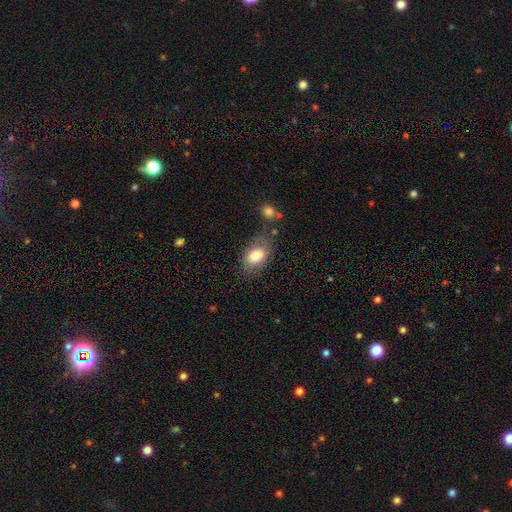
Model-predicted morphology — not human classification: Smooth or featured?
  - smooth: 81% *
  - featured or disk: 12%
  - star or artifact: 7%
How rounded?
  - in between: 88% *
  - round: 11%
  - cigar-shaped: 1%
Merging?
  - none: 65% *
  - minor disturbance: 22%
  - major disturbance: 8%
  - merger: 5%